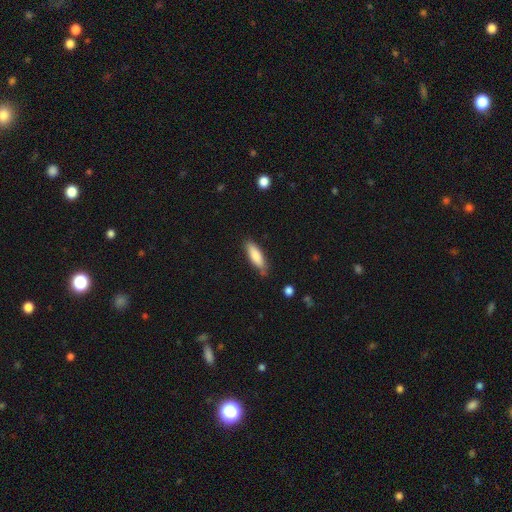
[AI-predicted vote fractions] Smooth or featured? smooth (83%)
How rounded? in between (50%)
Merging? none (77%)